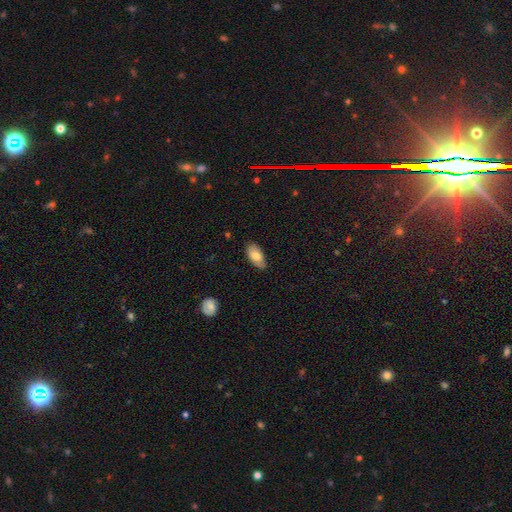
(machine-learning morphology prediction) This is clearly a smooth galaxy (82%). How rounded: clearly in between (92%). Merging: likely none (75%).